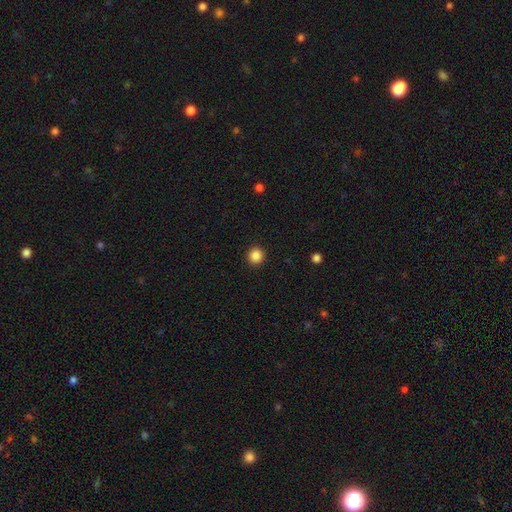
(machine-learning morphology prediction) Q: Smooth or featured?
A: smooth (86%); runner-up: star or artifact (11%)
Q: How rounded?
A: round (94%); runner-up: in between (5%)
Q: Merging?
A: none (93%); runner-up: minor disturbance (4%)